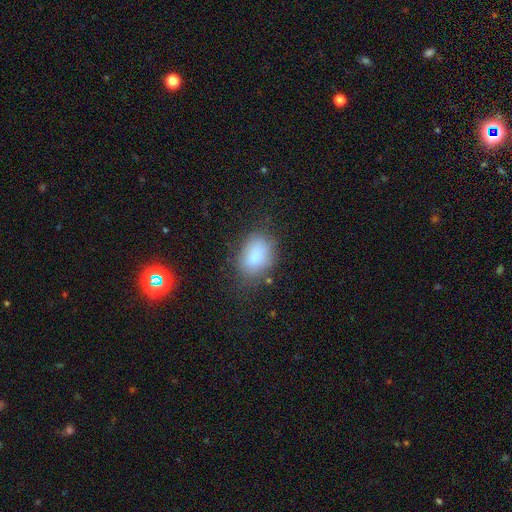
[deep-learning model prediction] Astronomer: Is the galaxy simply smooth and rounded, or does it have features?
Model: smooth — 82%.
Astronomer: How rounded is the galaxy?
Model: in between — 78%.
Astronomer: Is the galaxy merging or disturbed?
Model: none — 63%.